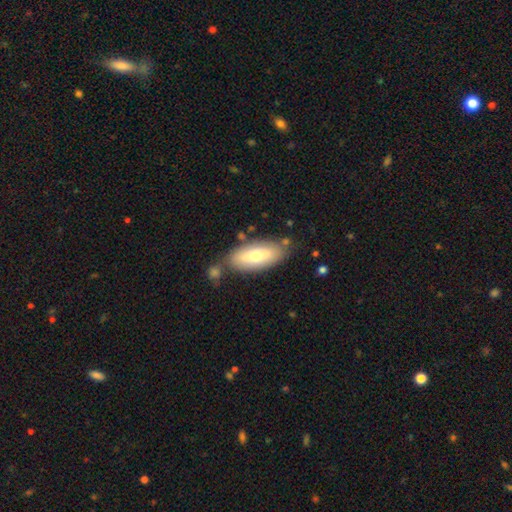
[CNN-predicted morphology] smooth_or_featured: smooth (p=0.66) [alt: featured or disk p=0.28]
how_rounded: in between (p=0.80) [alt: cigar-shaped p=0.17]
merging: none (p=0.69) [alt: minor disturbance p=0.16]